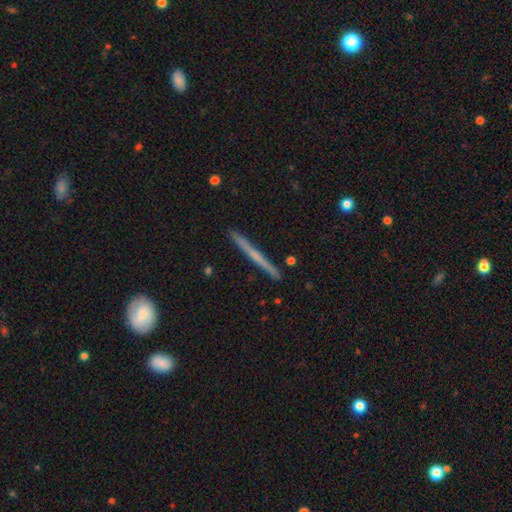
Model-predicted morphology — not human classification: This is possibly a featured or disk galaxy (60%). It is clearly viewed edge-on (98%). Edge-on bulge: likely none (73%). Merging: clearly none (92%).